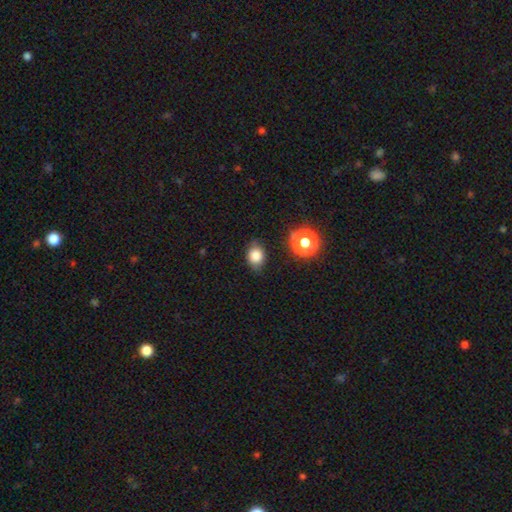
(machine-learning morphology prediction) The model was most divided on "how rounded": in between: 54%, round: 45%, cigar-shaped: 1%. More confident: smooth or featured — smooth (82%); merging — none (75%).